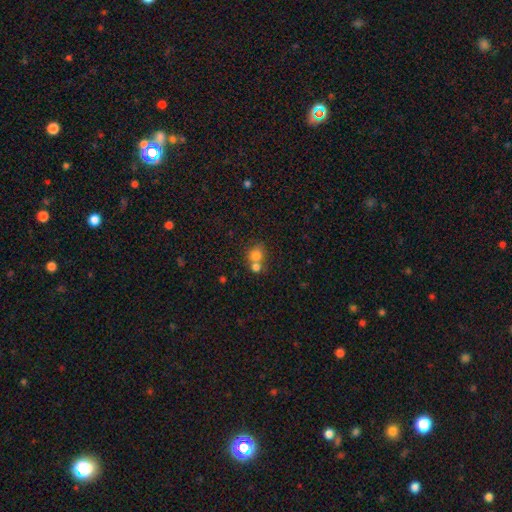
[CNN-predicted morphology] Smooth or featured: smooth — 78% (star or artifact — 12%)
How rounded: round — 73% (in between — 26%)
Merging: merger — 50% (none — 38%)